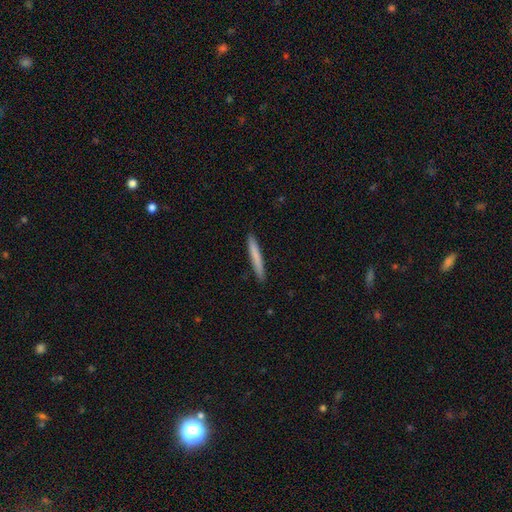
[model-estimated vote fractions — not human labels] Smooth or featured? Predicted: smooth (p=0.76). How rounded? Predicted: cigar-shaped (p=0.97). Merging? Predicted: none (p=0.92).